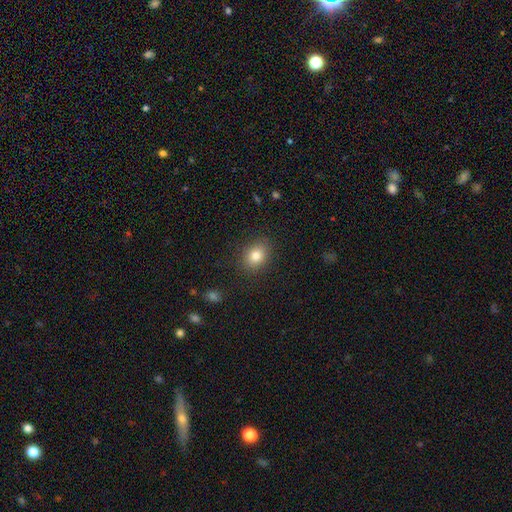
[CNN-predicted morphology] smooth-or-featured: smooth: 82% | star or artifact: 10% | featured or disk: 8%
  how-rounded: in between: 54% | round: 45% | cigar-shaped: 1%
  merging: none: 86% | minor disturbance: 10% | major disturbance: 3% | merger: 1%